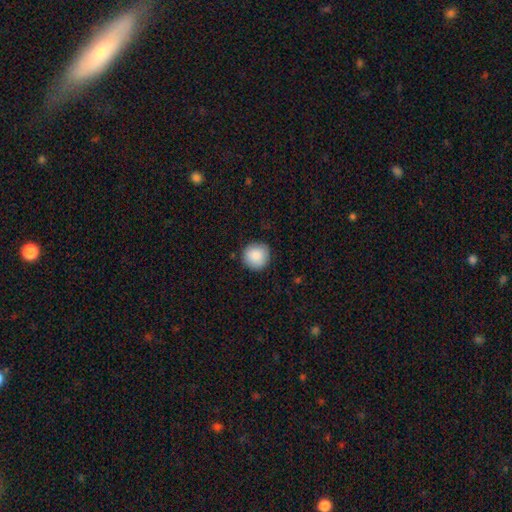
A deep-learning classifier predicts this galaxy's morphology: type=smooth (87%); roundness=round (94%); merging=none (88%).